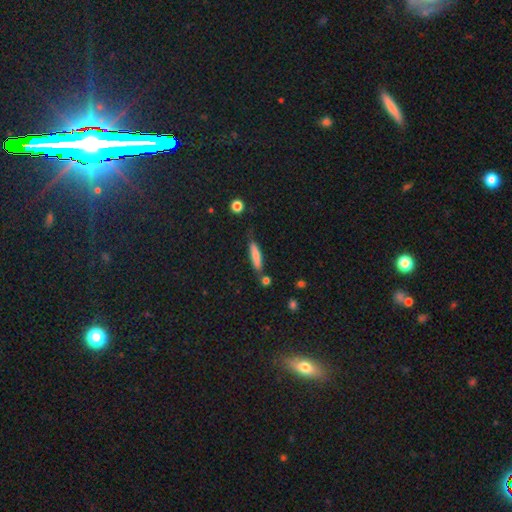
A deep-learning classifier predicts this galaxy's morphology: smooth-or-featured: smooth: 74% | featured or disk: 19% | star or artifact: 7%
  how-rounded: cigar-shaped: 82% | in between: 16% | round: 2%
  merging: none: 70% | minor disturbance: 19% | merger: 6% | major disturbance: 4%